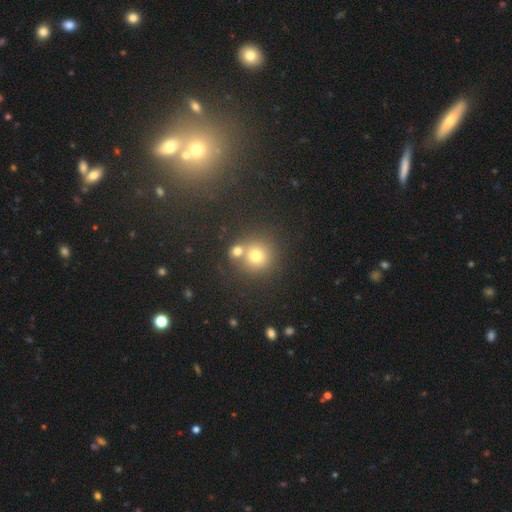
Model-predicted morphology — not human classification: This appears to be a smooth galaxy with no disk features (72%) that is round (90%). Merging: none (56%).